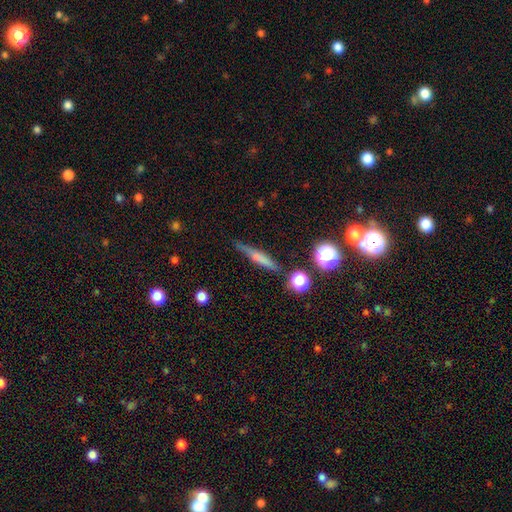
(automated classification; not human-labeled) Overall: smooth (48%; featured or disk 40%). Merging: none (83%).